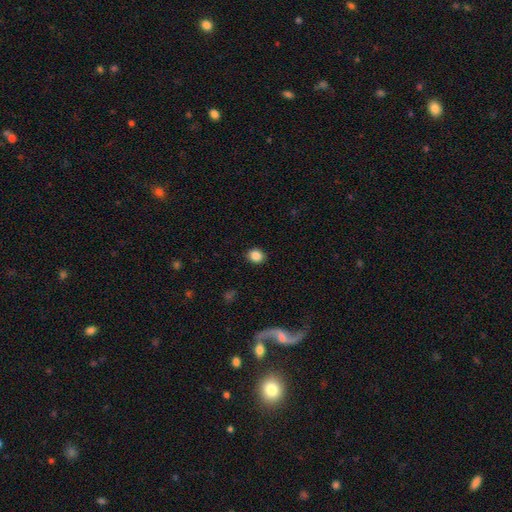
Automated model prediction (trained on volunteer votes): This appears to be a smooth galaxy with no disk features (86%) that is round (65%). Merging: none (89%).